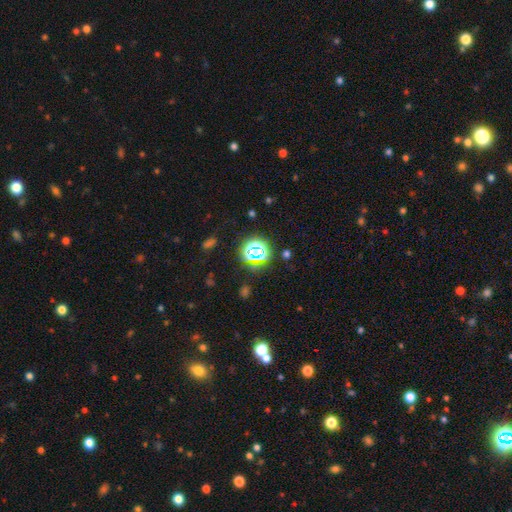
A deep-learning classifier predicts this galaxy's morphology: The model was most divided on "smooth or featured": star or artifact: 67%, smooth: 24%, featured or disk: 9%.